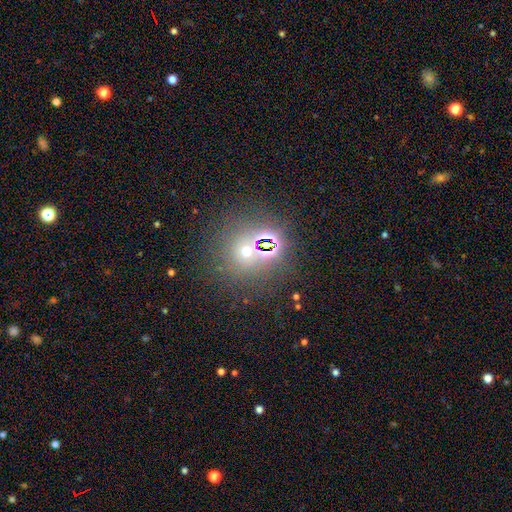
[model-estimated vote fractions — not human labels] A star or artifact, not a galaxy (43%).

Vote fractions:
- Smooth or featured? star or artifact: 43% / smooth: 39% / featured or disk: 18%